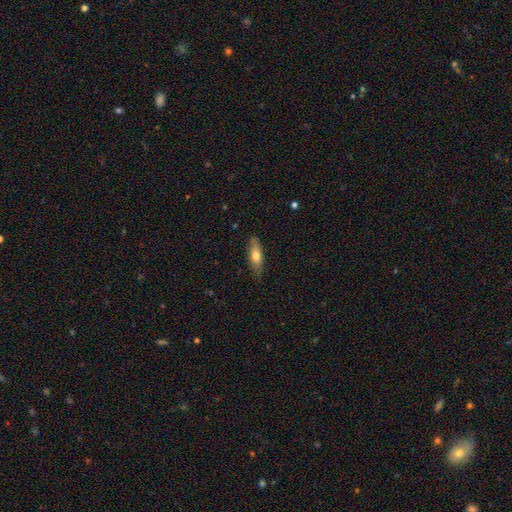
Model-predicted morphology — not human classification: A smooth galaxy with no disk features (65%) that is cigar-shaped (49%, tied with in between).

Vote fractions:
- Smooth or featured? smooth: 65% / featured or disk: 29% / star or artifact: 6%
- How rounded? cigar-shaped: 49% (tied) / in between: 49% (tied) / round: 2%
- Merging? none: 82% / minor disturbance: 14% / major disturbance: 2% / merger: 1%